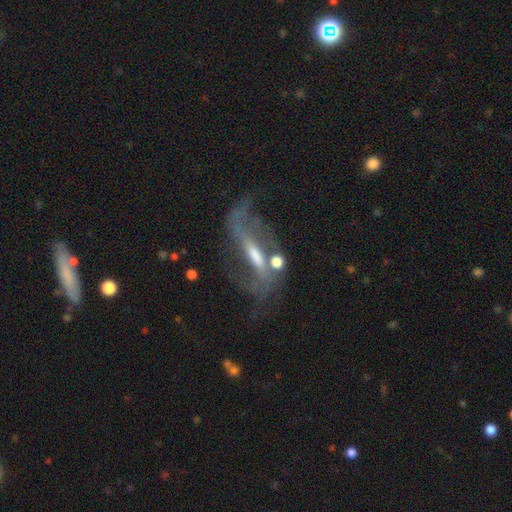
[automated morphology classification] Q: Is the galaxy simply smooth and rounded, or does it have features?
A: featured or disk — 74%.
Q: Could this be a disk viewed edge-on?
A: no — 79%.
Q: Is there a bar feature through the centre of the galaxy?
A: strong — 49%.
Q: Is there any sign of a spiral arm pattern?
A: yes — 78%.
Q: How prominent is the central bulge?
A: moderate — 44%.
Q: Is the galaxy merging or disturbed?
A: none — 35%.